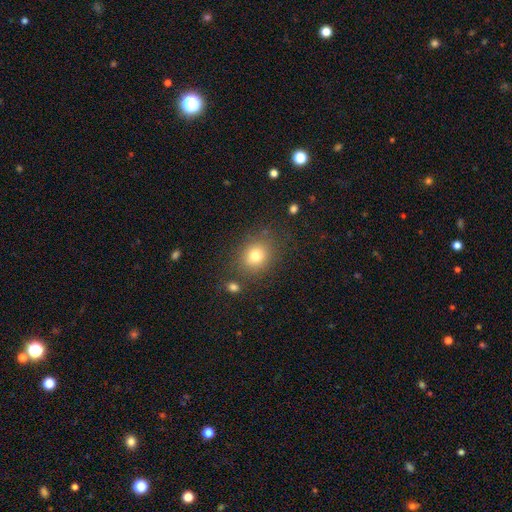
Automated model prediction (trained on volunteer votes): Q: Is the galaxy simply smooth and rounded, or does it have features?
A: smooth — 78%.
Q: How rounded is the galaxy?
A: round — 62%.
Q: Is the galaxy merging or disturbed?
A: none — 79%.